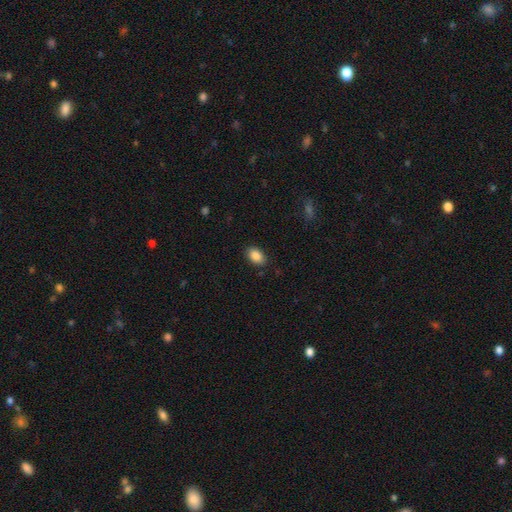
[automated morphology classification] Overall: smooth (88%). How rounded: in between (88%). Merging: none (87%).